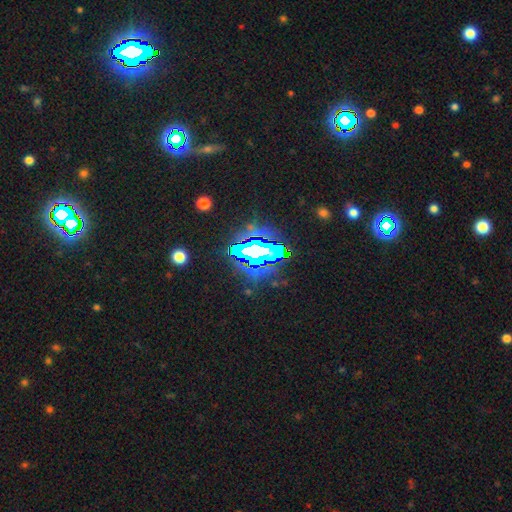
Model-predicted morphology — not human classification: This is likely a star or artifact rather than a galaxy (71%).